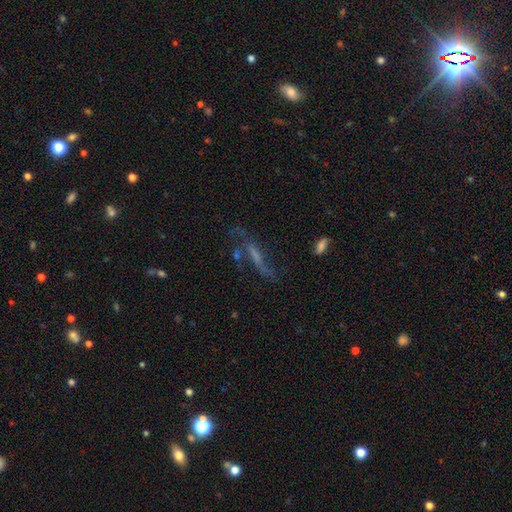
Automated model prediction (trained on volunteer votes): Overall: featured or disk (65%). Edge-on disk: no (71%). Merging: none (50%; major disturbance 25%).